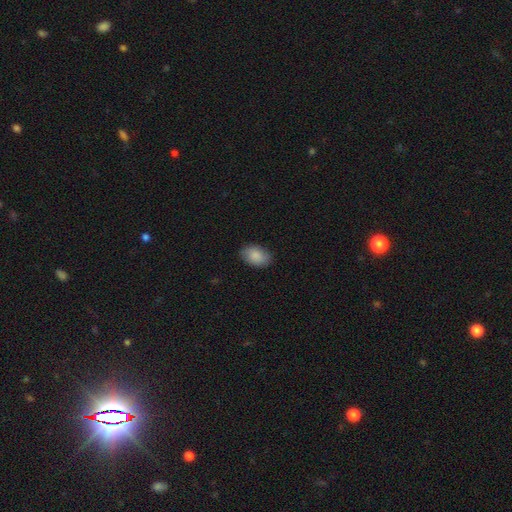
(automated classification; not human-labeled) smooth-or-featured: smooth: 87% | featured or disk: 7% | star or artifact: 6%
  how-rounded: in between: 86% | round: 13% | cigar-shaped: 1%
  merging: none: 84% | minor disturbance: 12% | major disturbance: 3% | merger: 1%